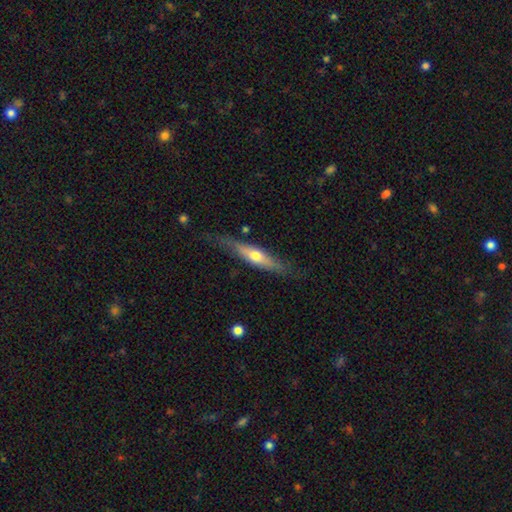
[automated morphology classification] Q: Smooth or featured?
A: featured or disk (52%); runner-up: smooth (43%)
Q: Edge-on disk?
A: yes (83%); runner-up: no (17%)
Q: Merging?
A: none (69%); runner-up: minor disturbance (21%)